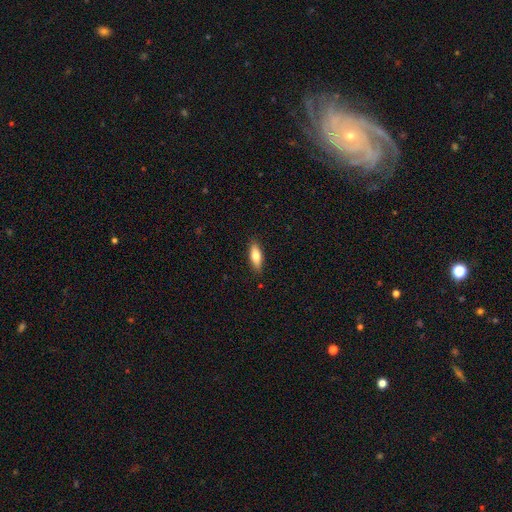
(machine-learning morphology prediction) A smooth galaxy with no disk features (75%) that is in between round and cigar-shaped (61%). Merging: none (87%).